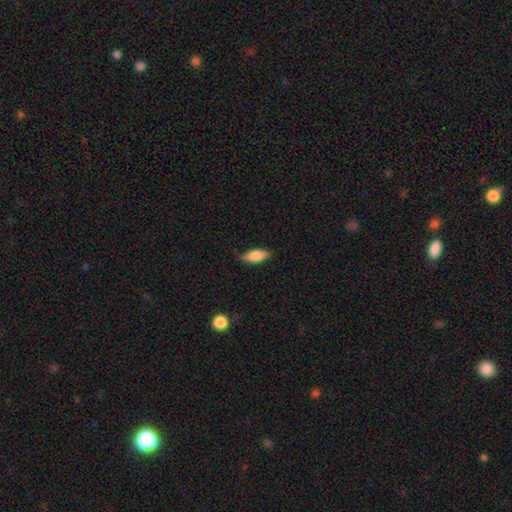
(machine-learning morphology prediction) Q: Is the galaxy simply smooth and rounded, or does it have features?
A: smooth — 80%.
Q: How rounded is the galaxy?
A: in between — 74%.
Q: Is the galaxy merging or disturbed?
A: none — 80%.